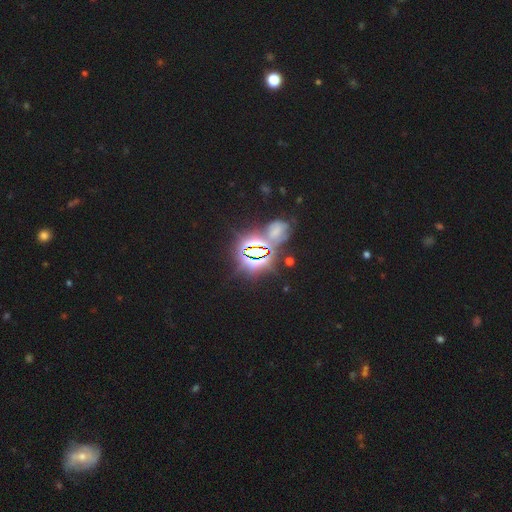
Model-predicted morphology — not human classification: A star or artifact, not a galaxy (83%).